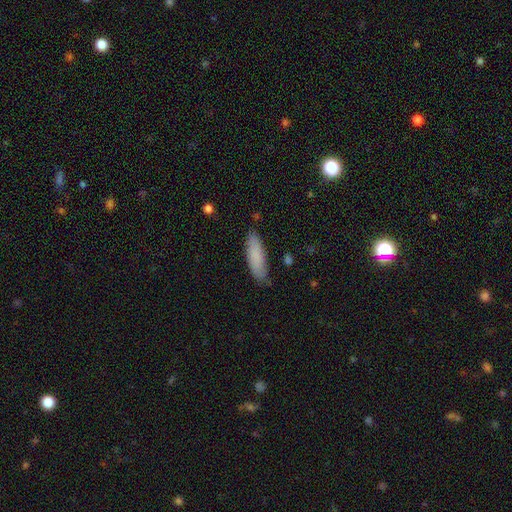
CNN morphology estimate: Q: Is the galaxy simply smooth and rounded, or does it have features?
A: smooth — 83%.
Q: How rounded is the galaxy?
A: cigar-shaped — 51%.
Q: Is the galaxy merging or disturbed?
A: none — 79%.